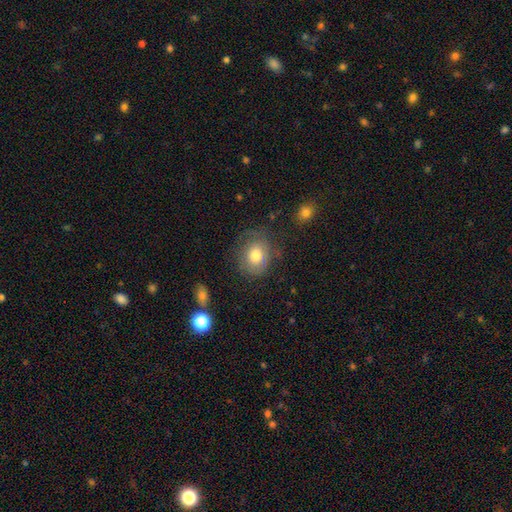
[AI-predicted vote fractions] smooth-or-featured: smooth: 70% | featured or disk: 21% | star or artifact: 9%
  how-rounded: round: 65% | in between: 34% | cigar-shaped: 1%
  merging: none: 65% | minor disturbance: 22% | major disturbance: 11% | merger: 2%